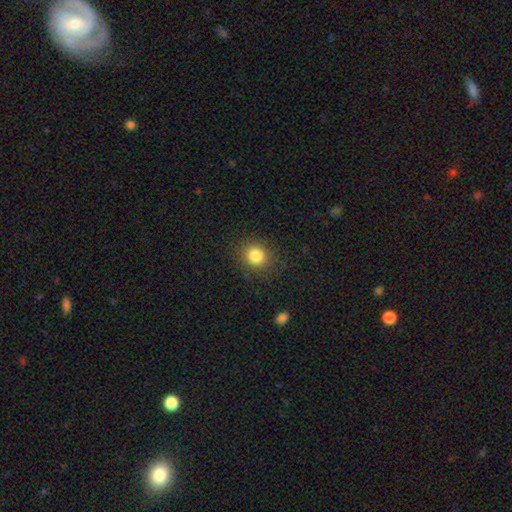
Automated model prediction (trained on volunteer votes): A smooth galaxy with no disk features (83%) that is round (81%).

Vote fractions:
- Smooth or featured? smooth: 83% / star or artifact: 11% / featured or disk: 6%
- How rounded? round: 81% / in between: 18% / cigar-shaped: 1%
- Merging? none: 85% / minor disturbance: 10% / major disturbance: 4% / merger: 1%